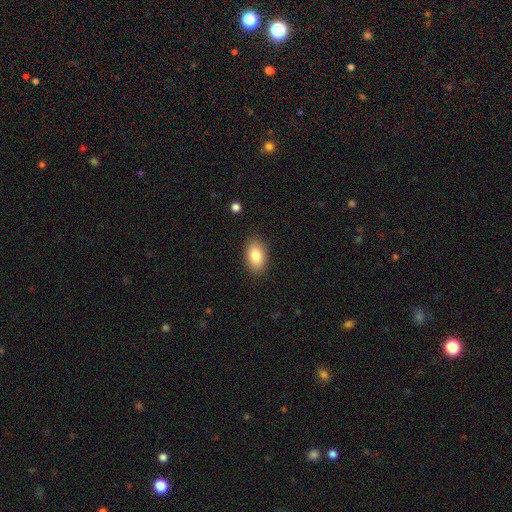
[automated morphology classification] Smooth or featured? smooth (83%)
How rounded? in between (90%)
Merging? none (87%)